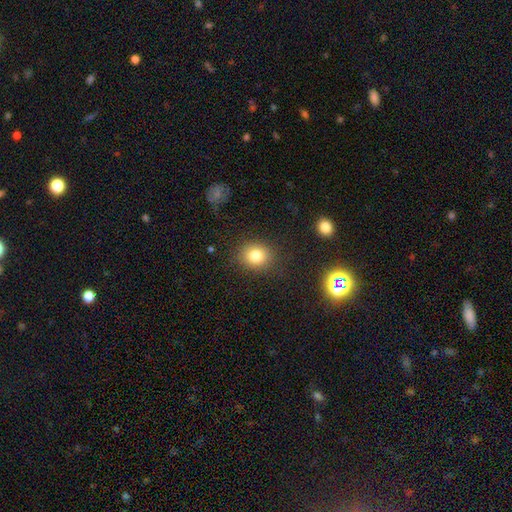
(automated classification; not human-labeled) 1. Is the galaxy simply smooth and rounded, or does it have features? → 80% smooth, 12% star or artifact, 8% featured or disk.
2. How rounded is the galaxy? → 72% round, 27% in between, 1% cigar-shaped.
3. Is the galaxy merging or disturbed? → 86% none, 9% minor disturbance, 3% major disturbance, 2% merger.